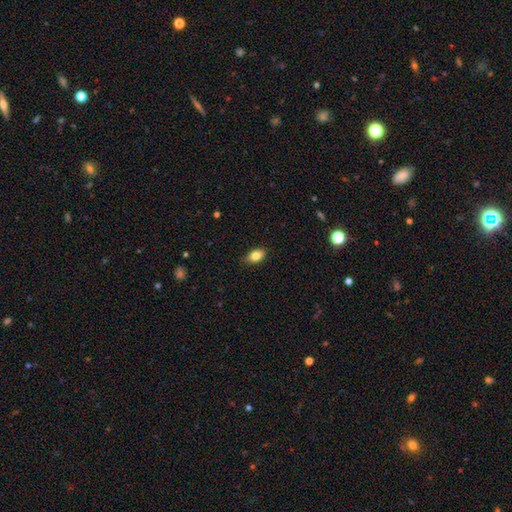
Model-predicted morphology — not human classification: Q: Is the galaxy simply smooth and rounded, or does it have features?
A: smooth — 81%.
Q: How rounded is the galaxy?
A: in between — 87%.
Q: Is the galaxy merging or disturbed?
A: none — 86%.